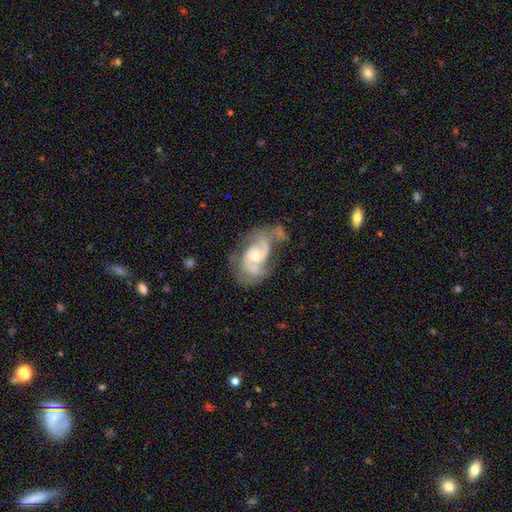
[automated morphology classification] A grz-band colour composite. It shows a featured or disk galaxy (81%) with no bar (64%), 2 (66%) medium (47%) spiral arms (91%) and a moderate central bulge (55%). Merging: none (46%).